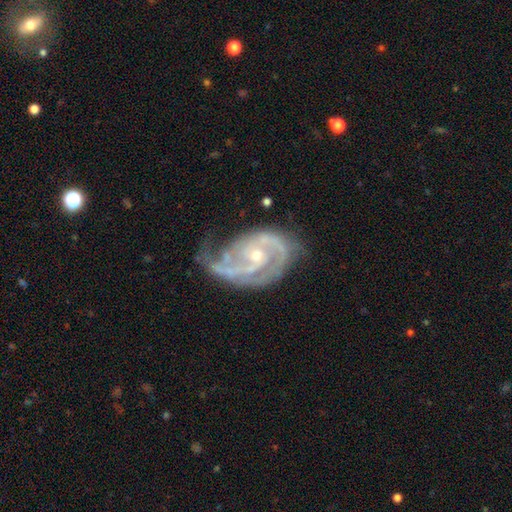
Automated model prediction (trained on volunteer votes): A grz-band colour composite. It shows a featured or disk galaxy (91%) with no bar (60%), 2 (65%) medium (46%) spiral arms (98%) and a small central bulge (64%). Merging: none (48%).